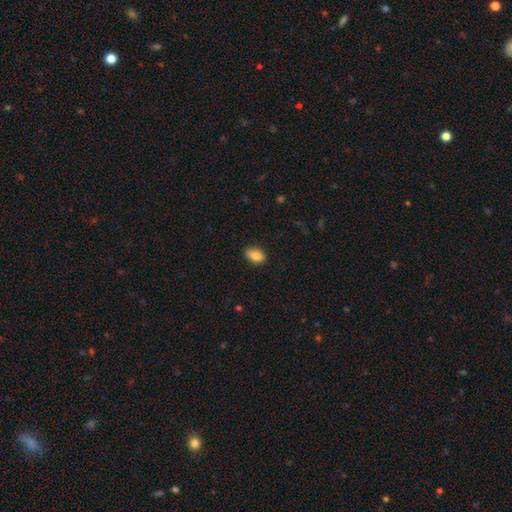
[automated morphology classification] smooth_or_featured: smooth (p=0.85) [alt: star or artifact p=0.08]
how_rounded: in between (p=0.86) [alt: round p=0.12]
merging: none (p=0.84) [alt: minor disturbance p=0.13]